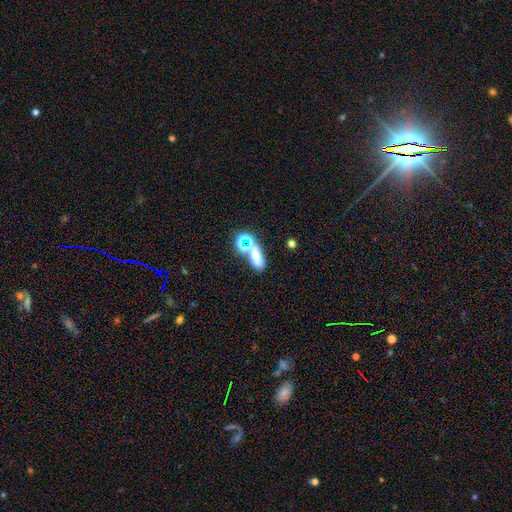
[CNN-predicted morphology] This is possibly a smooth galaxy (50%). How rounded: likely in between (60%). Merging: marginally merger (41%).